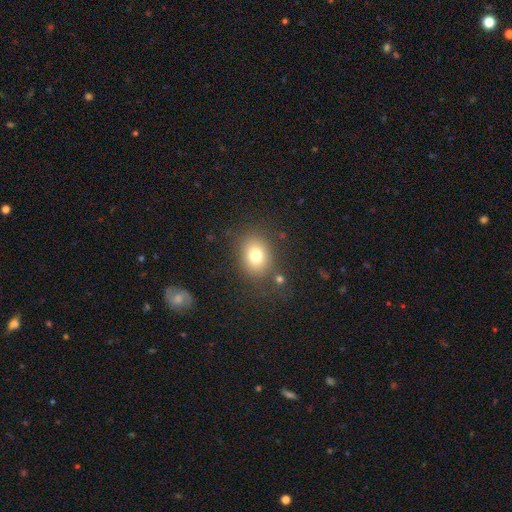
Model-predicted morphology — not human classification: smooth_or_featured: smooth (p=0.76) [alt: star or artifact p=0.12]
how_rounded: round (p=0.50) [alt: in between p=0.49]
merging: none (p=0.79) [alt: minor disturbance p=0.12]